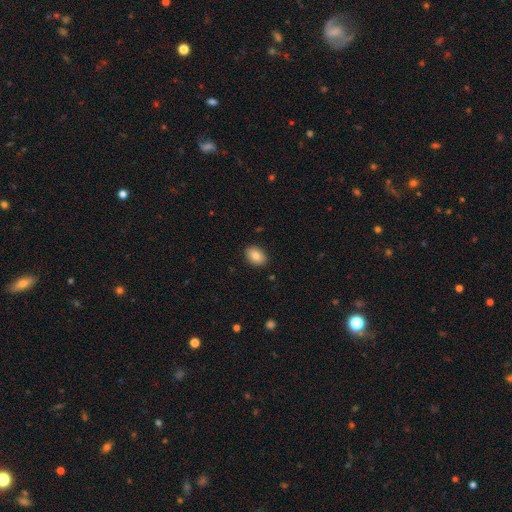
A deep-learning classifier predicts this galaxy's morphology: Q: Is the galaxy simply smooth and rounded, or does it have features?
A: smooth — 83%.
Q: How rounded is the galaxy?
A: in between — 72%.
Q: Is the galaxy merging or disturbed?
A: none — 89%.